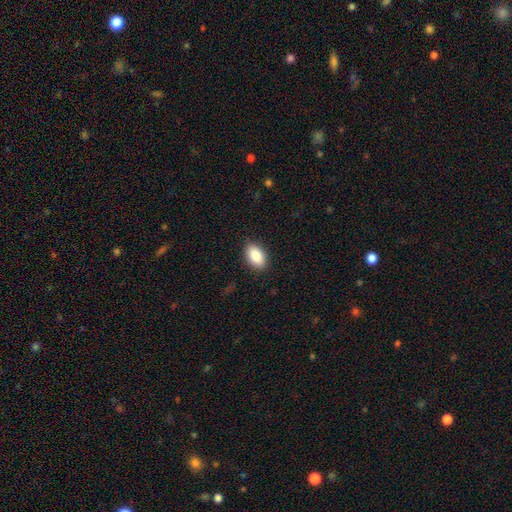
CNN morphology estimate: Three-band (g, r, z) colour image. It shows a smooth galaxy with no disk features (88%) that is in between round and cigar-shaped (93%). Merging: none (88%).